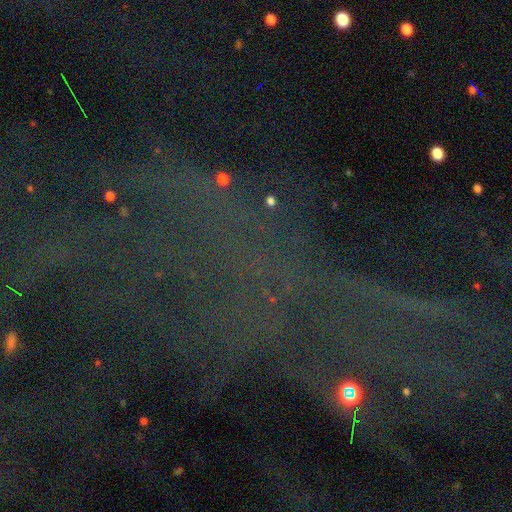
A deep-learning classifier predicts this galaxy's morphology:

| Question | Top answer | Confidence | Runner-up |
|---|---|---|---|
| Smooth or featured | star or artifact | 80% | featured or disk (10%) |